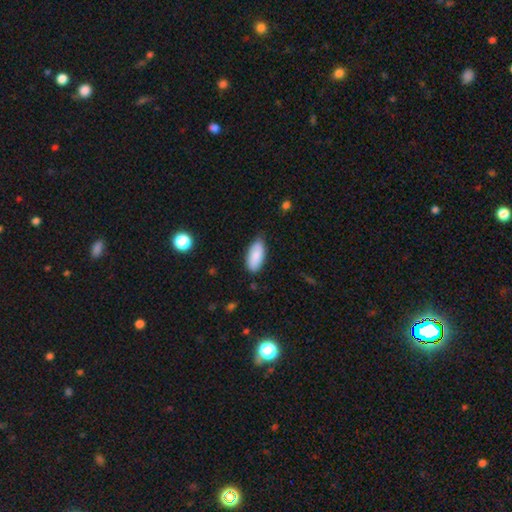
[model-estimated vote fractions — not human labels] A smooth galaxy with no disk features (87%) that is in between round and cigar-shaped (89%). Merging: none (77%).